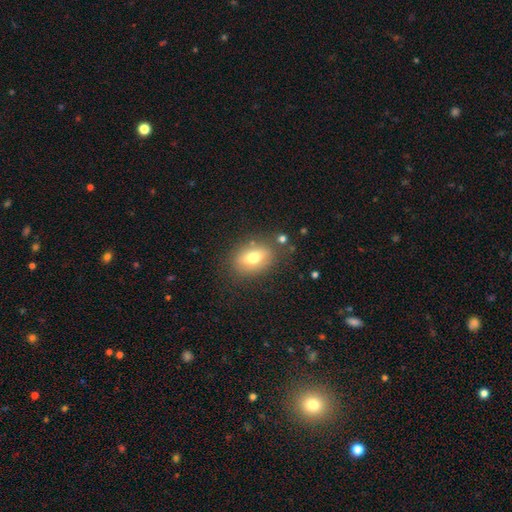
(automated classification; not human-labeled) Overall: smooth (70%). How rounded: in between (81%). Merging: none (77%).